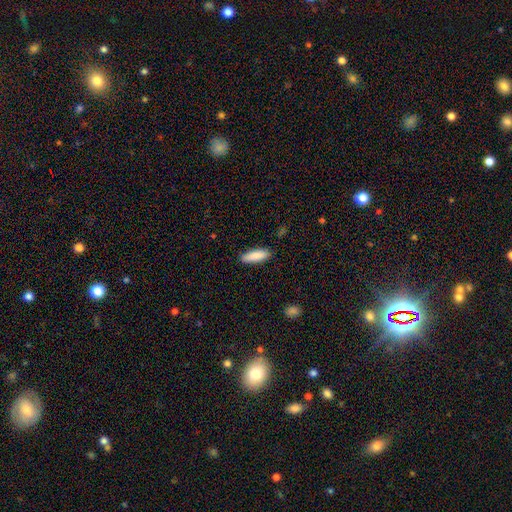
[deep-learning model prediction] This is clearly a smooth galaxy (88%). How rounded: possibly in between (52%). Merging: clearly none (88%).